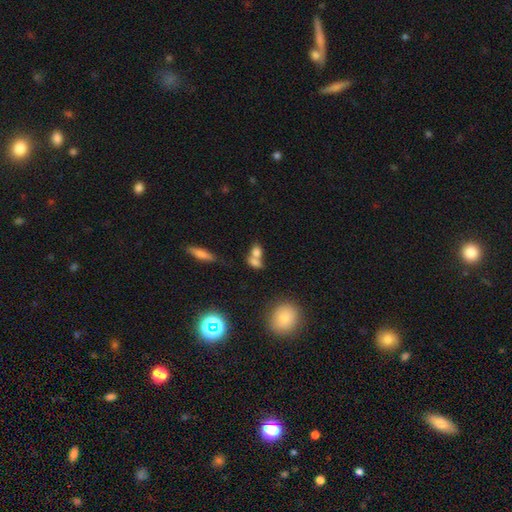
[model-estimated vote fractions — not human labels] Smooth or featured?
  - smooth: 71% *
  - featured or disk: 15%
  - star or artifact: 14%
How rounded?
  - in between: 61% *
  - round: 33%
  - cigar-shaped: 6%
Merging?
  - merger: 60% *
  - none: 28%
  - minor disturbance: 8%
  - major disturbance: 4%